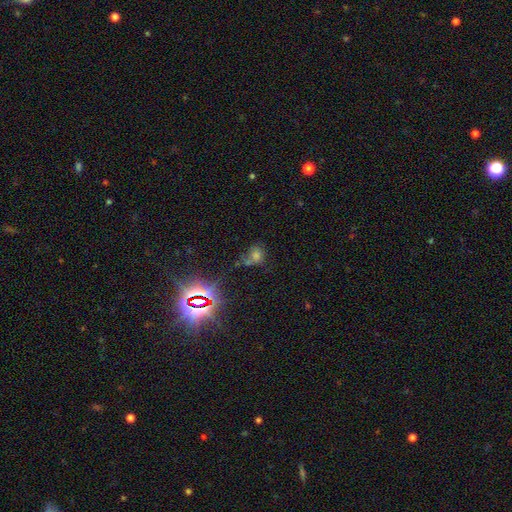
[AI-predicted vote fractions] smooth_or_featured: star or artifact (p=0.57) [alt: smooth p=0.31]